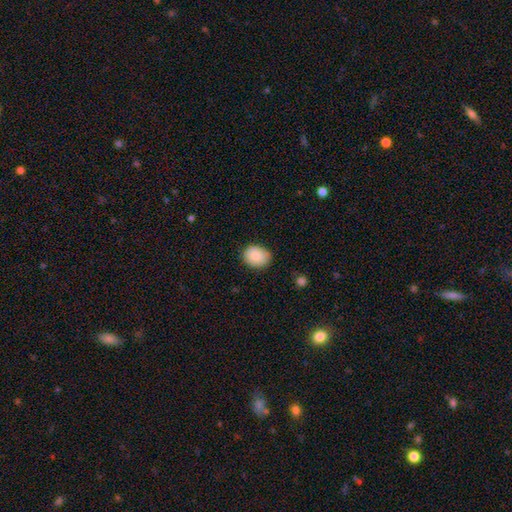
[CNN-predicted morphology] Smooth or featured: smooth — 86% (star or artifact — 8%)
How rounded: round — 57% (in between — 43%)
Merging: none — 83% (minor disturbance — 14%)